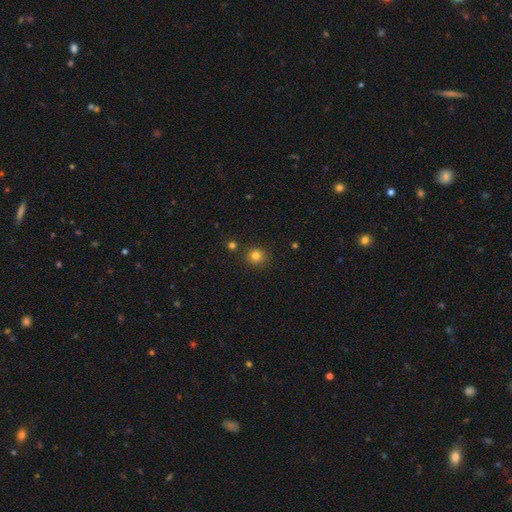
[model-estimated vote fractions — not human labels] Smooth or featured?
  - smooth: 81% *
  - star or artifact: 14%
  - featured or disk: 5%
How rounded?
  - round: 91% *
  - in between: 8%
  - cigar-shaped: 1%
Merging?
  - none: 85% *
  - minor disturbance: 8%
  - merger: 4%
  - major disturbance: 2%